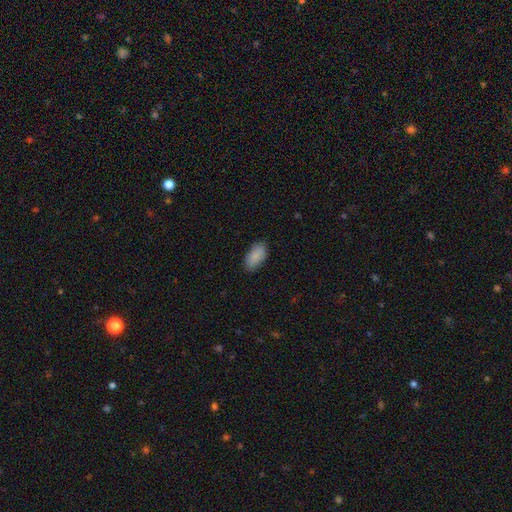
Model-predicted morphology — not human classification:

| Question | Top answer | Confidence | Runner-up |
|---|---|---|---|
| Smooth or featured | smooth | 87% | featured or disk (7%) |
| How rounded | in between | 93% | cigar-shaped (4%) |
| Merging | none | 83% | minor disturbance (13%) |